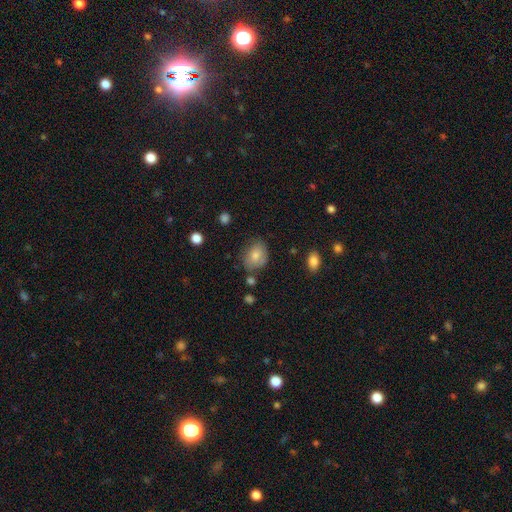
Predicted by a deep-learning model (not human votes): This is likely a smooth galaxy (77%). How rounded: possibly in between (59%). Merging: likely none (65%).